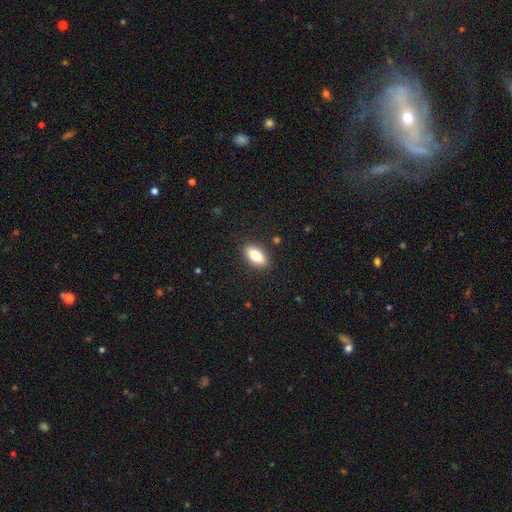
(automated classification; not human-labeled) This appears to be a smooth galaxy with no disk features (80%) that is in between round and cigar-shaped (88%). Merging: none (88%).